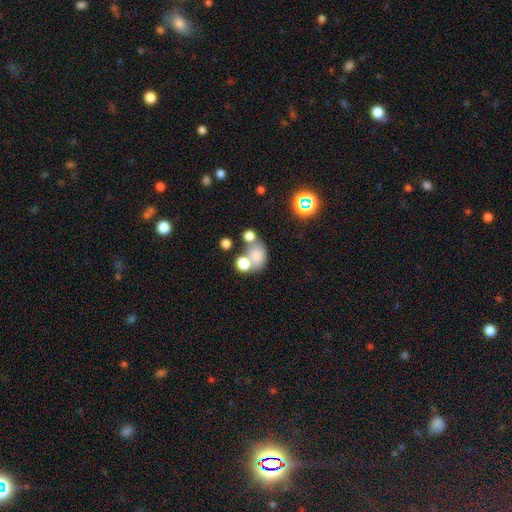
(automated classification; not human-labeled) Overall: smooth (74%). How rounded: in between (57%; round 42%). Merging: merger (40%; none 39%).